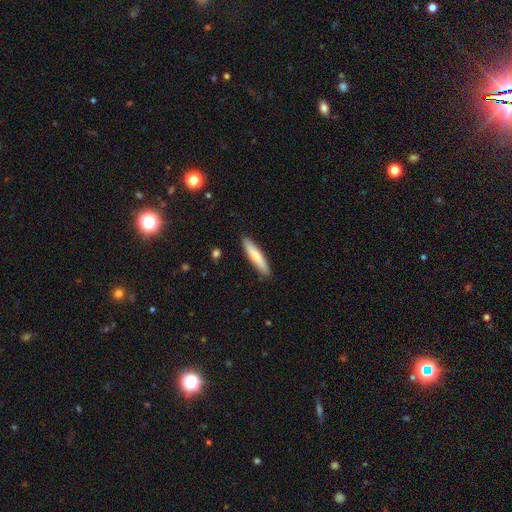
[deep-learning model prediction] Smooth or featured? smooth (68%)
How rounded? cigar-shaped (87%)
Merging? none (89%)